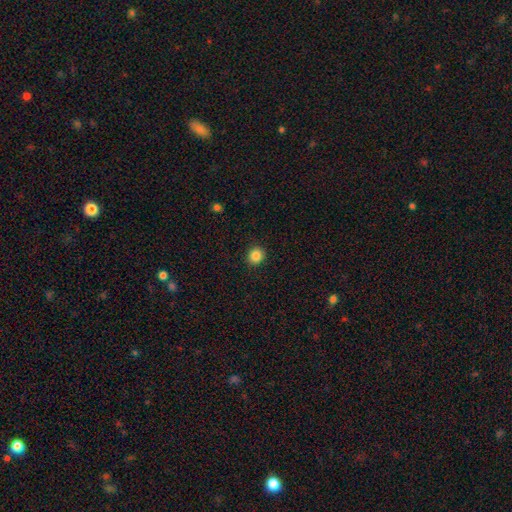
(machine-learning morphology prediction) This is clearly a smooth galaxy (86%). How rounded: clearly round (84%). Merging: clearly none (91%).